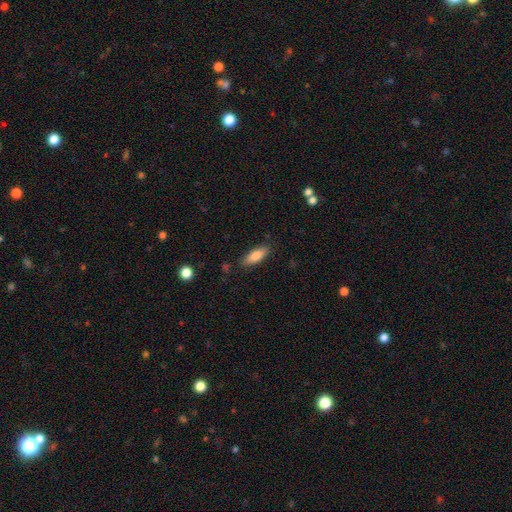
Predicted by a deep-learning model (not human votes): Smooth or featured? smooth (80%)
How rounded? in between (64%)
Merging? none (84%)